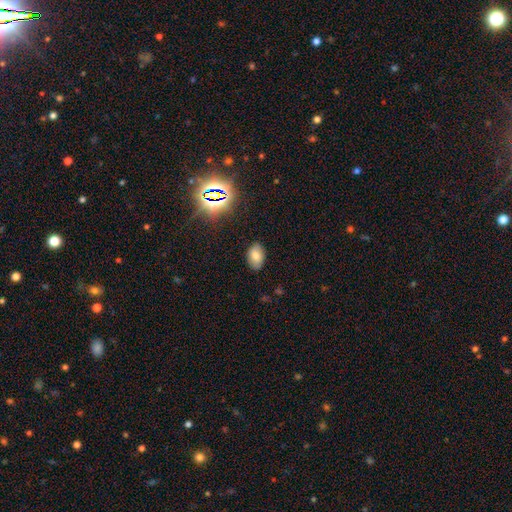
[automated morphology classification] smooth-or-featured: smooth: 74% | star or artifact: 13% | featured or disk: 13%
  how-rounded: in between: 88% | round: 11% | cigar-shaped: 1%
  merging: none: 83% | minor disturbance: 14% | major disturbance: 3% | merger: 1%